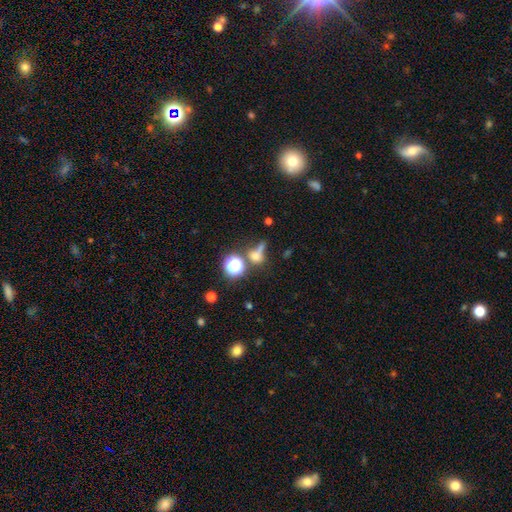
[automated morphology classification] The model was most divided on "merging": none: 45%, merger: 22%, major disturbance: 17%, minor disturbance: 16%. More confident: how rounded — round (69%); smooth or featured — smooth (54%).